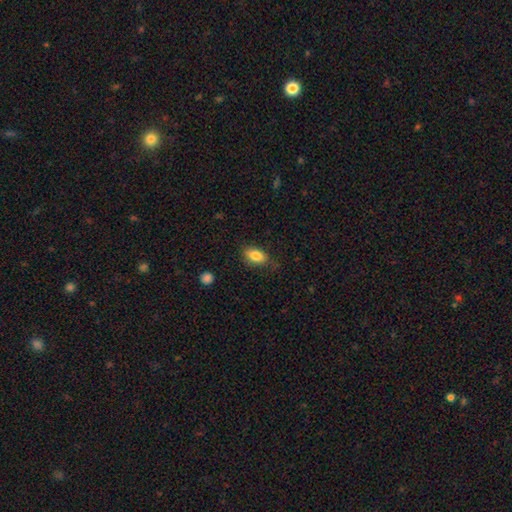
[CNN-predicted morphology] Smooth or featured?
  - smooth: 84% *
  - star or artifact: 8%
  - featured or disk: 8%
How rounded?
  - in between: 88% *
  - round: 8%
  - cigar-shaped: 4%
Merging?
  - none: 77% *
  - minor disturbance: 17%
  - major disturbance: 4%
  - merger: 1%